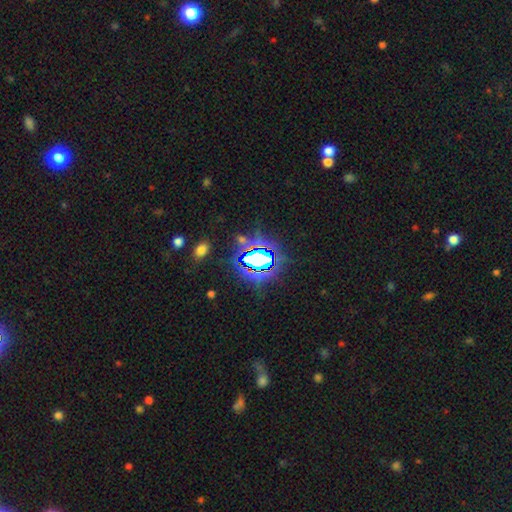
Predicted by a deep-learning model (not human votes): Overall: star or artifact (70%).